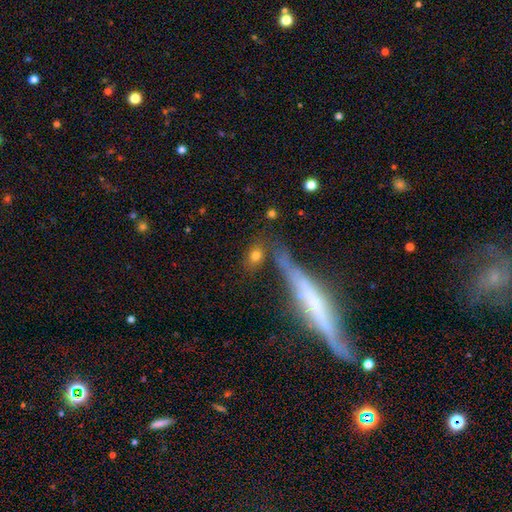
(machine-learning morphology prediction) Q: Smooth or featured?
A: smooth (76%); runner-up: featured or disk (13%)
Q: How rounded?
A: in between (63%); runner-up: round (27%)
Q: Merging?
A: none (72%); runner-up: minor disturbance (12%)